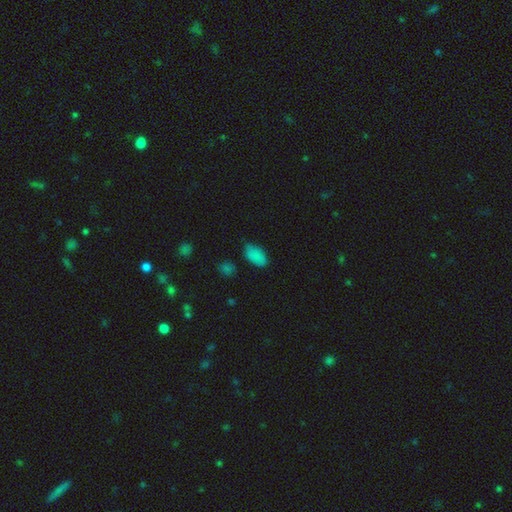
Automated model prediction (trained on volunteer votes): Smooth or featured? Predicted: smooth (p=0.84). How rounded? Predicted: in between (p=0.93). Merging? Predicted: none (p=0.67).